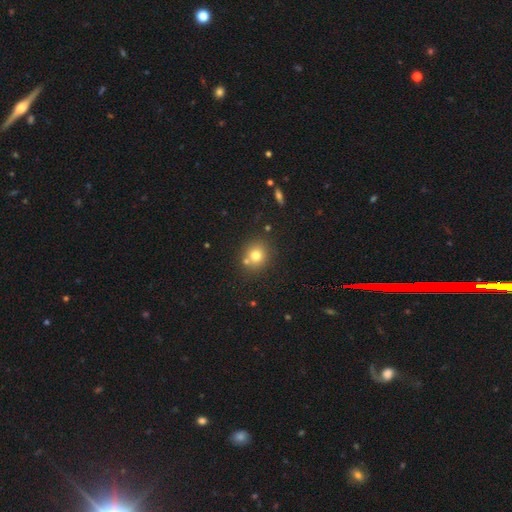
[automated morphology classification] smooth_or_featured: smooth (p=0.75) [alt: star or artifact p=0.14]
how_rounded: round (p=0.84) [alt: in between p=0.15]
merging: none (p=0.71) [alt: merger p=0.17]